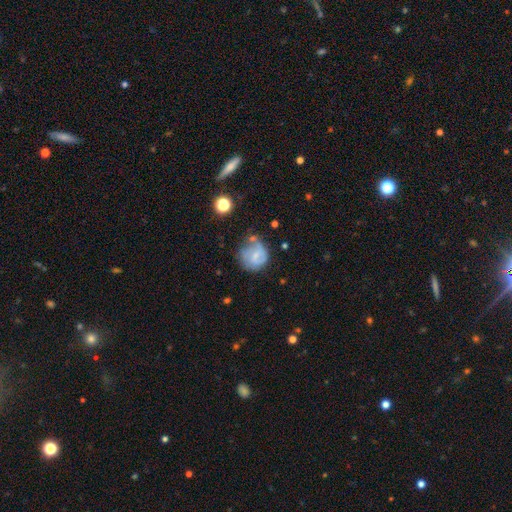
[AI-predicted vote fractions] Overall: featured or disk (48%; smooth 43%). Merging: none (44%; minor disturbance 29%).